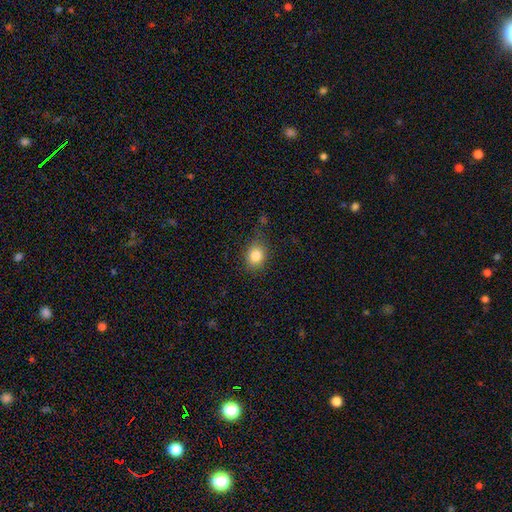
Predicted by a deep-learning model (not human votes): smooth-or-featured: smooth: 83% | star or artifact: 10% | featured or disk: 6%
  how-rounded: round: 52% | in between: 47% | cigar-shaped: 1%
  merging: none: 77% | minor disturbance: 17% | major disturbance: 4% | merger: 2%